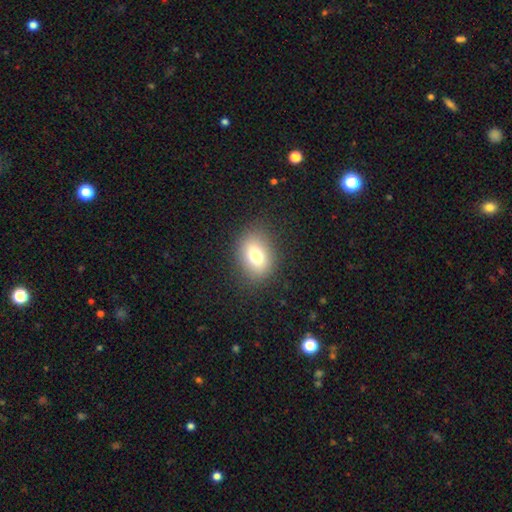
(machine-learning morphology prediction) smooth-or-featured: smooth: 75% | featured or disk: 13% | star or artifact: 12%
  how-rounded: in between: 64% | round: 34% | cigar-shaped: 1%
  merging: none: 85% | minor disturbance: 10% | major disturbance: 4% | merger: 1%